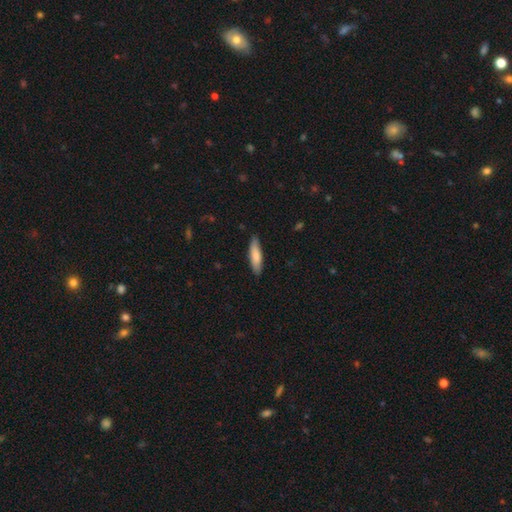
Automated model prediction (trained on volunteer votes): smooth-or-featured: smooth: 77% | featured or disk: 18% | star or artifact: 5%
  how-rounded: cigar-shaped: 66% | in between: 32% | round: 2%
  merging: none: 86% | minor disturbance: 11% | major disturbance: 2% | merger: 1%